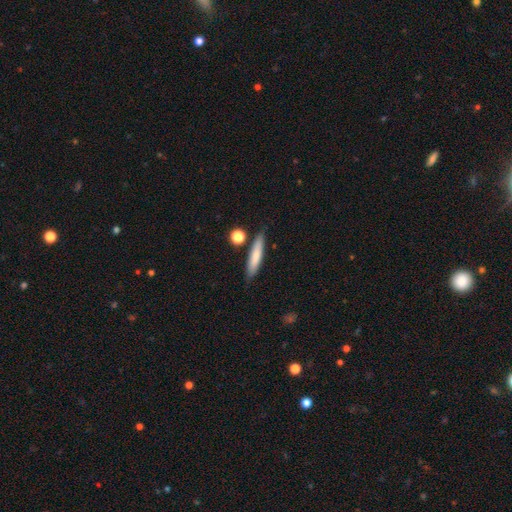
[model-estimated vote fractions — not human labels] Overall: smooth (75%). How rounded: cigar-shaped (84%). Merging: none (80%).